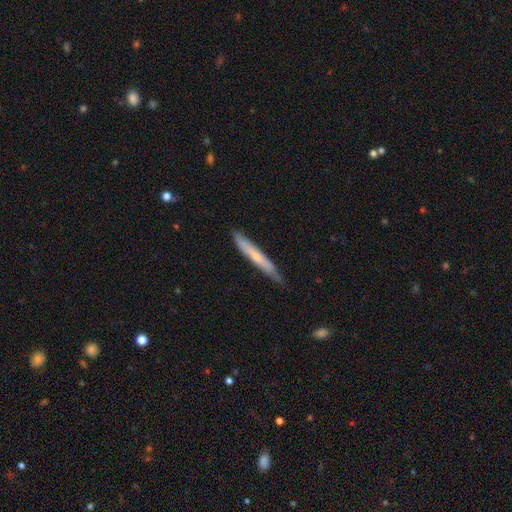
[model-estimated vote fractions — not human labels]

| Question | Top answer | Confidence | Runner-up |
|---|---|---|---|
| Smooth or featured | smooth | 55% | featured or disk (39%) |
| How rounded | cigar-shaped | 95% | in between (4%) |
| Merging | none | 76% | minor disturbance (20%) |